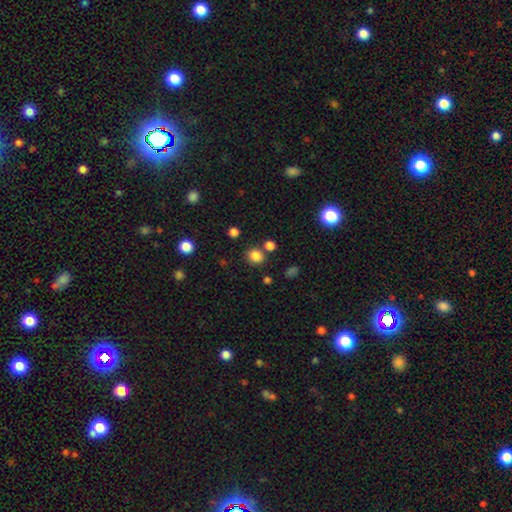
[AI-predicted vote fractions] smooth-or-featured: smooth: 82% | star or artifact: 13% | featured or disk: 4%
  how-rounded: round: 75% | in between: 24% | cigar-shaped: 1%
  merging: none: 77% | merger: 10% | minor disturbance: 9% | major disturbance: 4%